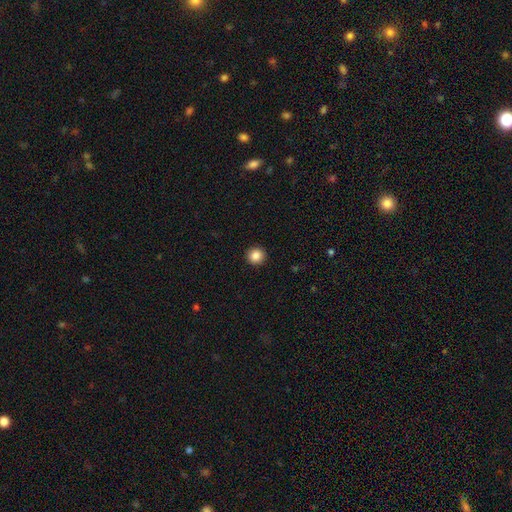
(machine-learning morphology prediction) Q: Smooth or featured?
A: smooth (86%); runner-up: star or artifact (10%)
Q: How rounded?
A: round (94%); runner-up: in between (5%)
Q: Merging?
A: none (93%); runner-up: minor disturbance (4%)